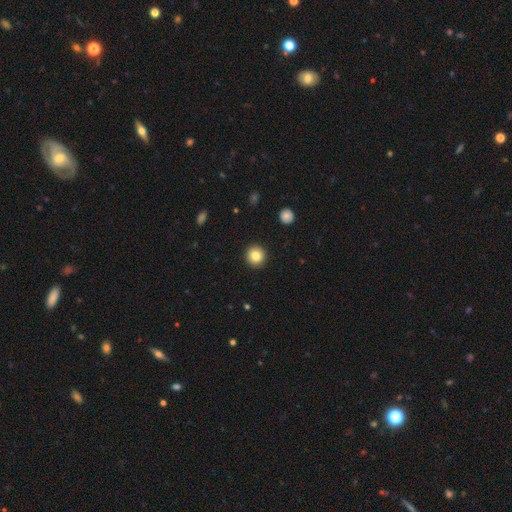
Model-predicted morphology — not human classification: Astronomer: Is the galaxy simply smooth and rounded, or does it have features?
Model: smooth — 83%.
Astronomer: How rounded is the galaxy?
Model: round — 94%.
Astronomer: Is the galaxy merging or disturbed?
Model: none — 93%.